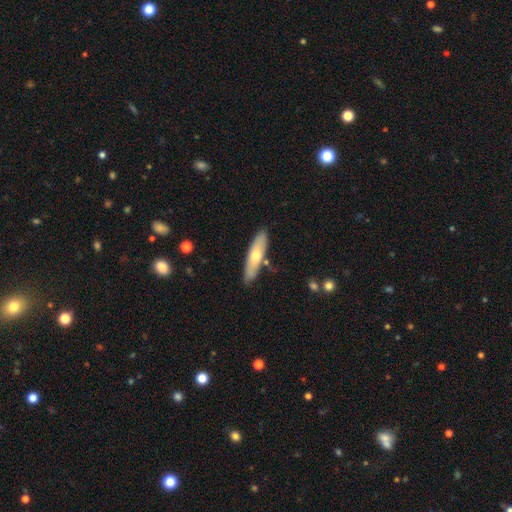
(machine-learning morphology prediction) type=smooth (58%); roundness=cigar-shaped (64%); merging=none (82%).